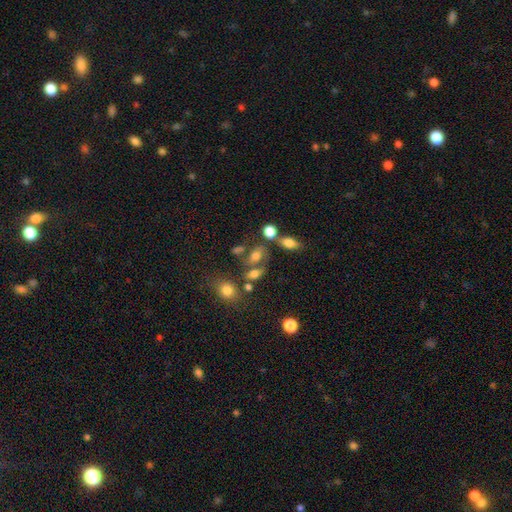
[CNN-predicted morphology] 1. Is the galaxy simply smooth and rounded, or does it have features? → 63% smooth, 22% featured or disk, 15% star or artifact.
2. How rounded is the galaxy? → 72% in between, 23% round, 5% cigar-shaped.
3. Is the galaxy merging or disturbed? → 42% none, 28% merger, 17% minor disturbance, 12% major disturbance.